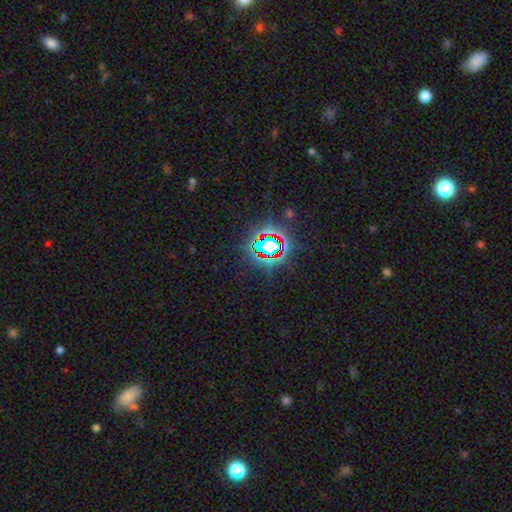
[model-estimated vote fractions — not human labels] This appears to be a star or artifact, not a galaxy (79%).